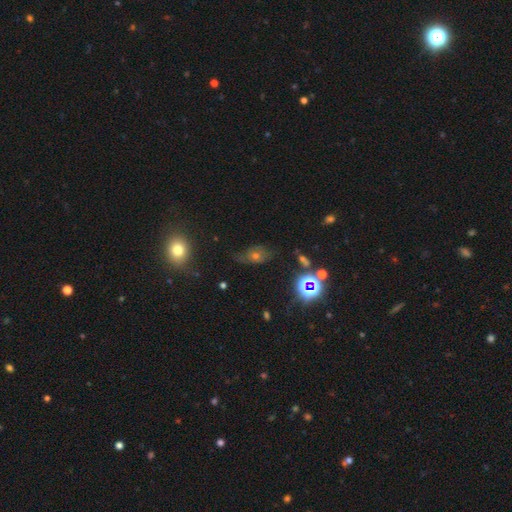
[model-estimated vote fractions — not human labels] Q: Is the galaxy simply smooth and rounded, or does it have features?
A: smooth — 39%.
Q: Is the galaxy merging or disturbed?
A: none — 51%.